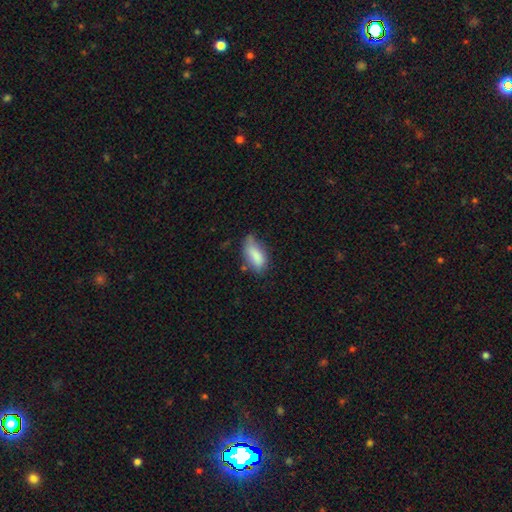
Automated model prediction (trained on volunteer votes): A smooth galaxy with no disk features (81%) that is in between round and cigar-shaped (87%). Merging: none (44%).